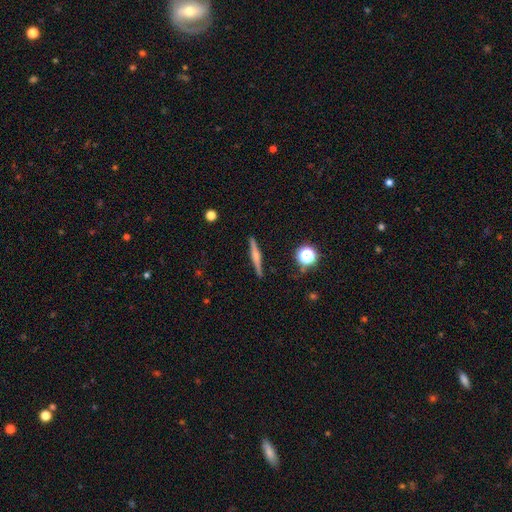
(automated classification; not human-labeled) Smooth or featured?
  - featured or disk: 62% *
  - smooth: 29%
  - star or artifact: 8%
Edge-on disk?
  - yes: 97% *
  - no: 3%
Edge-on bulge?
  - rounded: 75% *
  - boxy: 13%
  - none: 12%
Merging?
  - none: 90% *
  - minor disturbance: 7%
  - major disturbance: 2%
  - merger: 1%